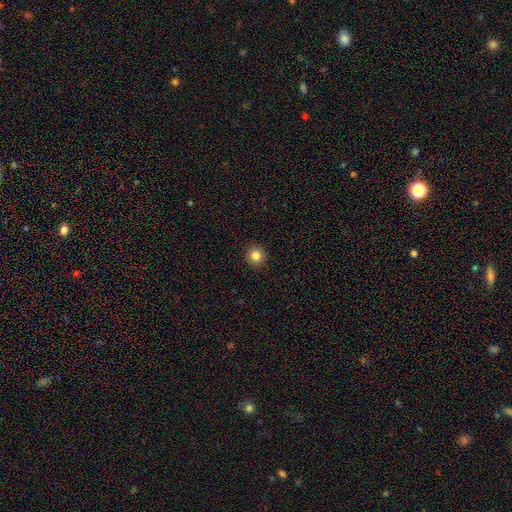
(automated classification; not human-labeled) smooth 83%, star or artifact 11%, featured or disk 5%. Down the decision tree: how rounded — round (93%); merging — none (93%).